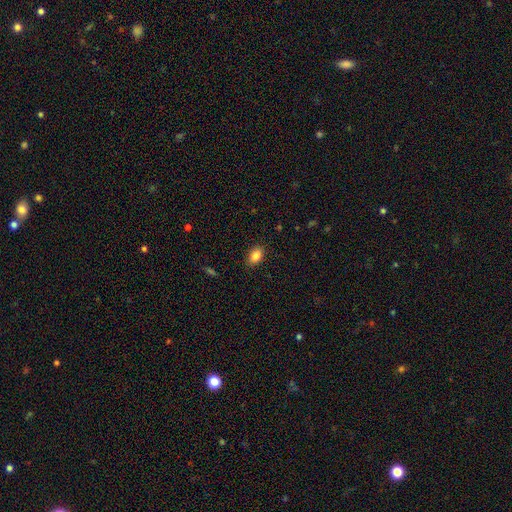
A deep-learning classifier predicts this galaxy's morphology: This is clearly a smooth galaxy (86%). How rounded: clearly in between (88%). Merging: clearly none (88%).